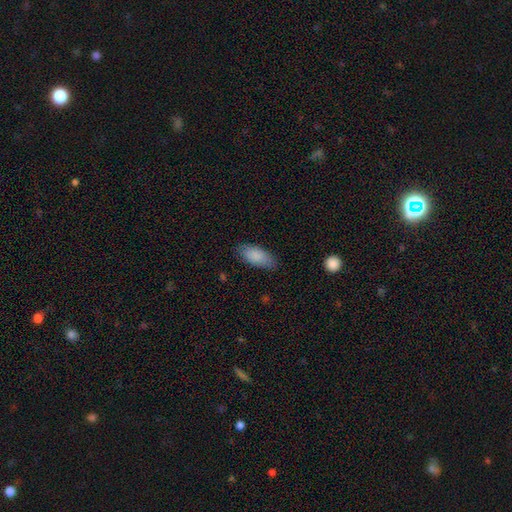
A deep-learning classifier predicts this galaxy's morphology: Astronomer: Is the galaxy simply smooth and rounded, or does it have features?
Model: smooth — 87%.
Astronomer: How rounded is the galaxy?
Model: in between — 86%.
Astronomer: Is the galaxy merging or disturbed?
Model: none — 79%.